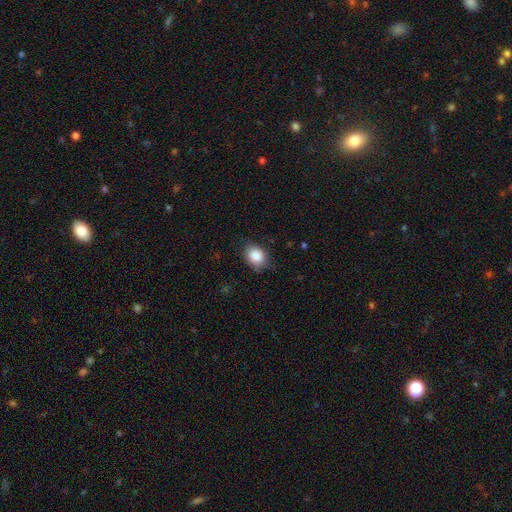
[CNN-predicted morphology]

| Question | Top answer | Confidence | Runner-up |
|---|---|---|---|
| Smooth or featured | smooth | 87% | star or artifact (8%) |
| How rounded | in between | 53% | round (46%) |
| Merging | none | 76% | minor disturbance (19%) |